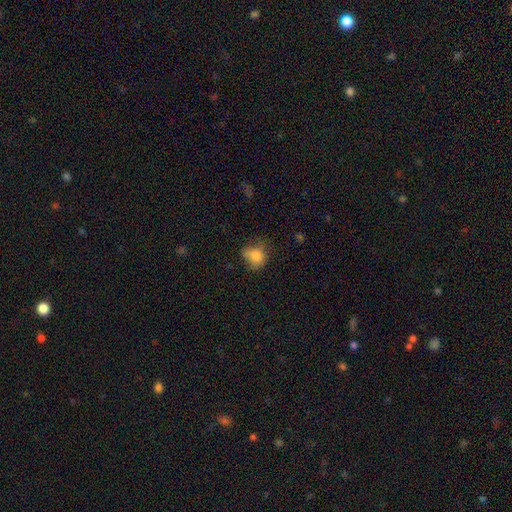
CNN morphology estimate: Q: Smooth or featured?
A: smooth (80%); runner-up: star or artifact (10%)
Q: How rounded?
A: round (61%); runner-up: in between (38%)
Q: Merging?
A: none (52%); runner-up: minor disturbance (33%)